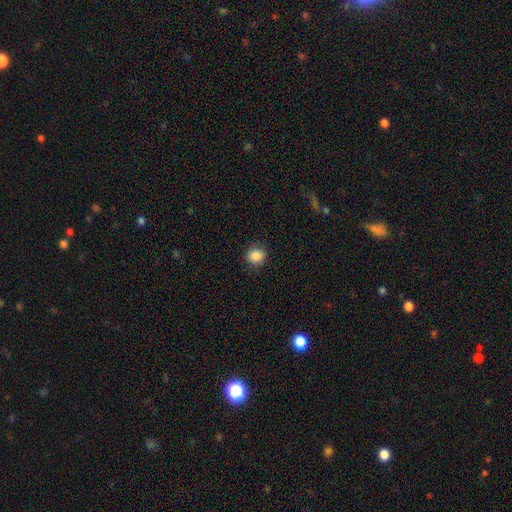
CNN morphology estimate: Smooth or featured: smooth — 87% (star or artifact — 9%)
How rounded: round — 77% (in between — 22%)
Merging: none — 86% (minor disturbance — 10%)